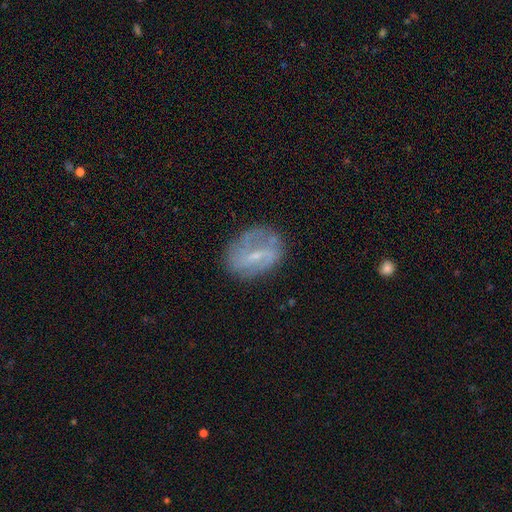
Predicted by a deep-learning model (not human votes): Smooth or featured?
  - featured or disk: 69% *
  - smooth: 23%
  - star or artifact: 8%
Edge-on disk?
  - no: 96% *
  - yes: 4%
Bar?
  - weak: 50% *
  - strong: 28%
  - no: 22%
Spiral arms?
  - yes: 73% *
  - no: 27%
Bulge size?
  - small: 67% *
  - moderate: 20%
  - none: 11%
  - large: 1%
  - dominant: 1%
Merging?
  - none: 66% *
  - minor disturbance: 22%
  - major disturbance: 11%
  - merger: 2%